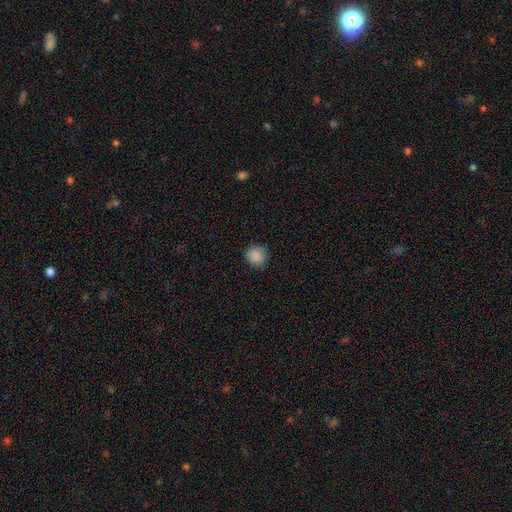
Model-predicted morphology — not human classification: Smooth or featured: smooth — 87% (star or artifact — 9%)
How rounded: round — 86% (in between — 13%)
Merging: none — 83% (minor disturbance — 13%)